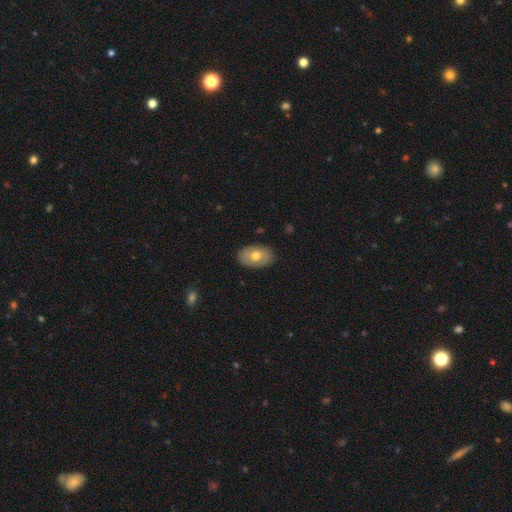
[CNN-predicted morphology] This appears to be a smooth galaxy with no disk features (68%) that is in between round and cigar-shaped (90%). Merging: none (86%).